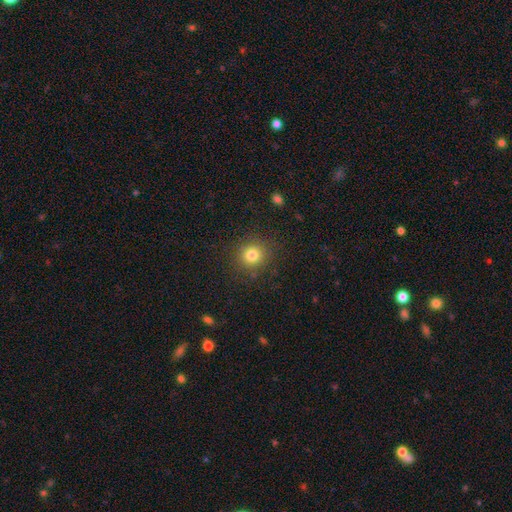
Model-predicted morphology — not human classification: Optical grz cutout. It shows a smooth galaxy with no disk features (78%) that is round (90%). Merging: none (90%).